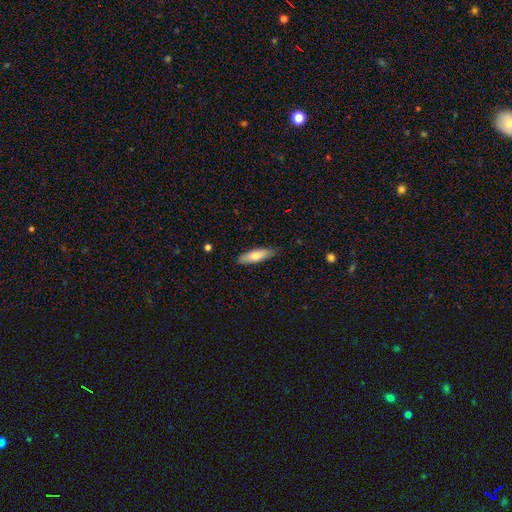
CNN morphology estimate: A smooth galaxy with no disk features (73%) that is cigar-shaped (53%).

Vote fractions:
- Smooth or featured? smooth: 73% / featured or disk: 21% / star or artifact: 6%
- How rounded? cigar-shaped: 53% / in between: 45% / round: 2%
- Merging? none: 87% / minor disturbance: 10% / major disturbance: 2% / merger: 1%